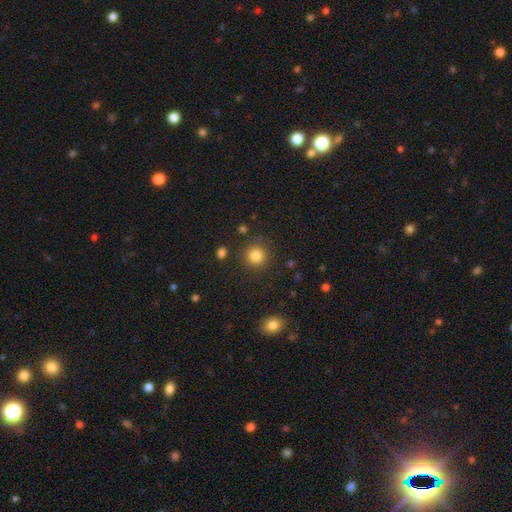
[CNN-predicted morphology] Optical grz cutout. It shows a smooth galaxy with no disk features (83%) that is round (93%). Merging: none (87%).